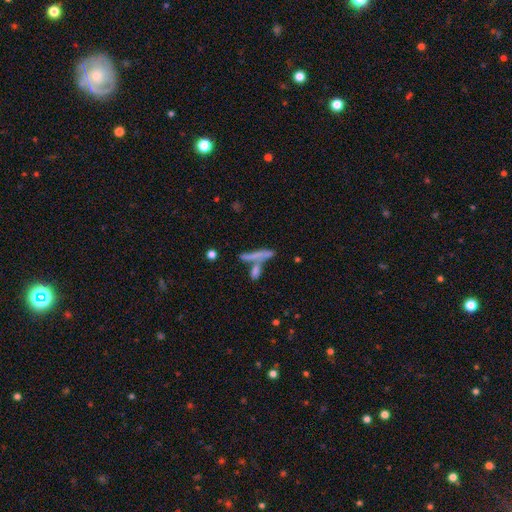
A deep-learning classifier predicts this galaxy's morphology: This appears to be a smooth galaxy with no disk features (53%) that is cigar-shaped (85%). Merging: none (54%).